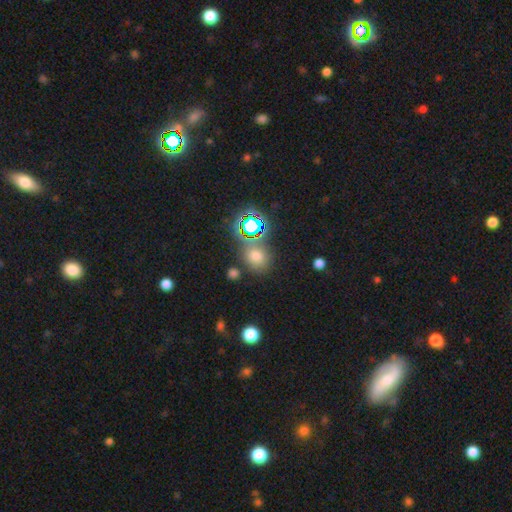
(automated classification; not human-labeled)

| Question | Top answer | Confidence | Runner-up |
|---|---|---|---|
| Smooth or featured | smooth | 62% | star or artifact (31%) |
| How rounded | round | 65% | in between (34%) |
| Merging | none | 74% | minor disturbance (11%) |